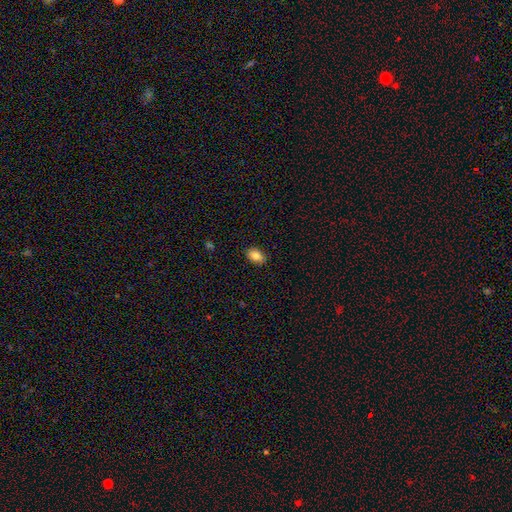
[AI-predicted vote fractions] Smooth or featured?
  - smooth: 84% *
  - featured or disk: 8%
  - star or artifact: 8%
How rounded?
  - in between: 85% *
  - round: 13%
  - cigar-shaped: 2%
Merging?
  - none: 88% *
  - minor disturbance: 9%
  - major disturbance: 2%
  - merger: 1%